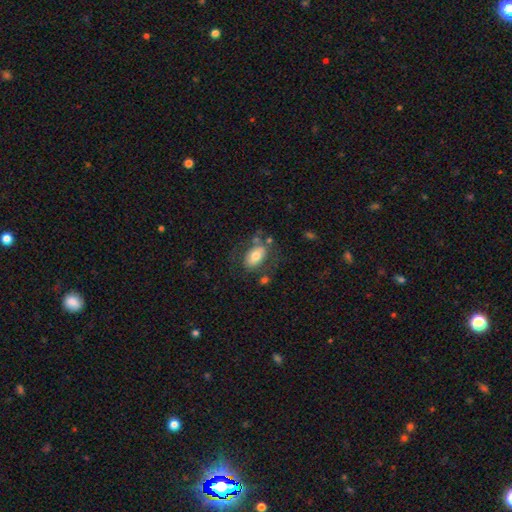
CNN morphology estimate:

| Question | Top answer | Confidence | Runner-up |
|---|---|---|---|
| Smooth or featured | smooth | 67% | featured or disk (26%) |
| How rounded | in between | 89% | round (9%) |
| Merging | none | 60% | minor disturbance (19%) |